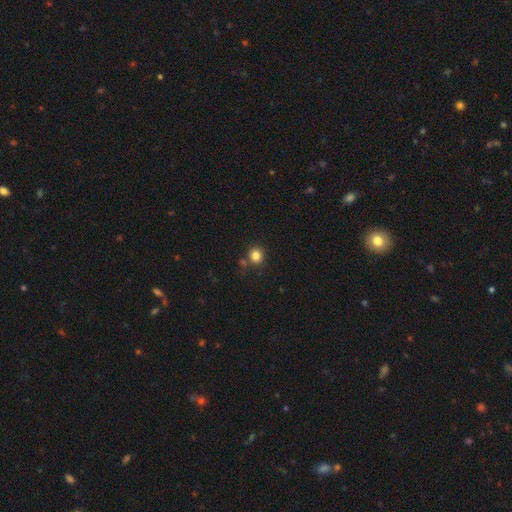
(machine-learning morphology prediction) Smooth or featured? smooth (83%)
How rounded? round (90%)
Merging? none (80%)